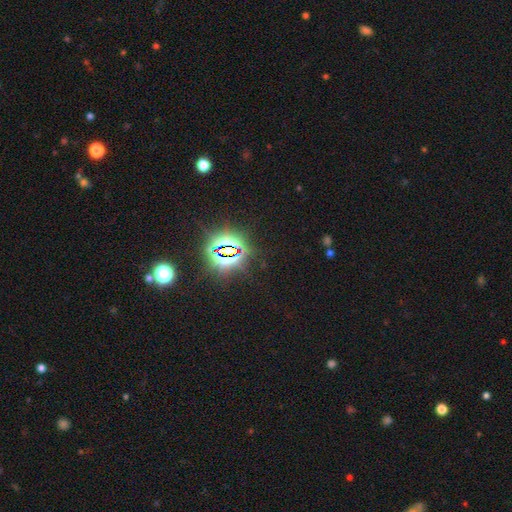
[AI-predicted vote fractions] Smooth or featured? Predicted: star or artifact (p=0.84).